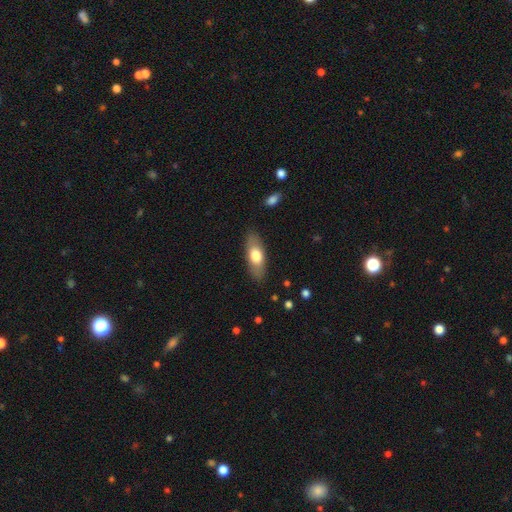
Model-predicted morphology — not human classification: Q: Smooth or featured?
A: smooth (67%); runner-up: featured or disk (27%)
Q: How rounded?
A: in between (72%); runner-up: cigar-shaped (25%)
Q: Merging?
A: none (85%); runner-up: minor disturbance (11%)